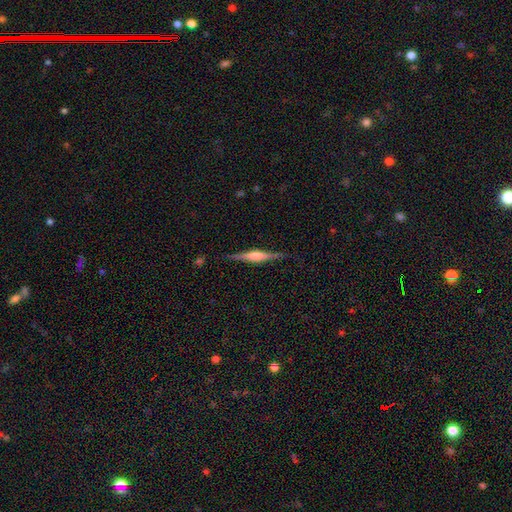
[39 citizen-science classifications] smooth_or_featured: featured or disk (p=0.79) [alt: smooth p=0.15]
disk_edge_on: yes (p=0.97) [alt: no p=0.03]
edge_on_bulge: rounded (p=0.83) [alt: boxy p=0.17]
merging: none (p=0.95) [alt: minor disturbance p=0.03]